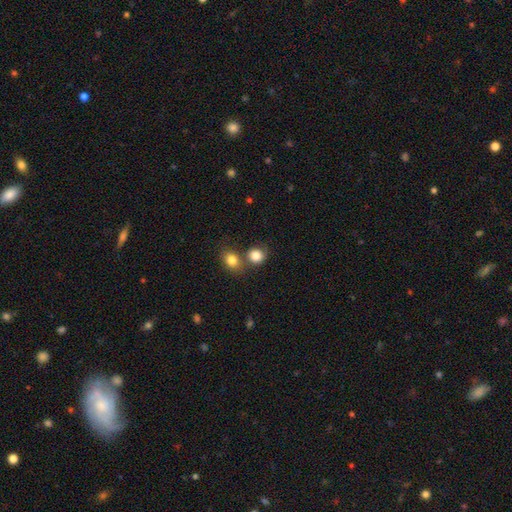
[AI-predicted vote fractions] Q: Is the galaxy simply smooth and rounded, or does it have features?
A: smooth — 84%.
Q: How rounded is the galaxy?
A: round — 75%.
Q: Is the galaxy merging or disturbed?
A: none — 54%.